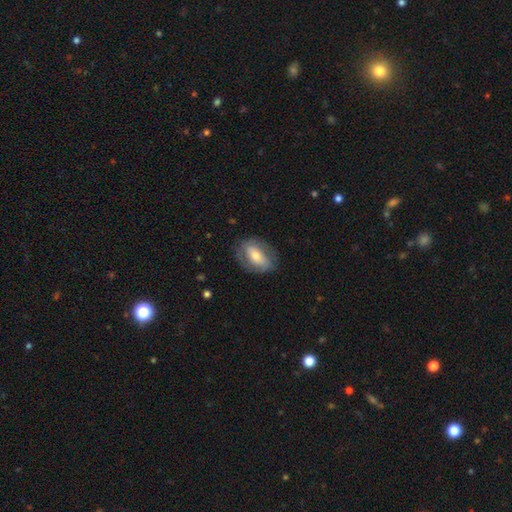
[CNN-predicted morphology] Smooth or featured: featured or disk — 47% (smooth — 46%)
Merging: none — 75% (minor disturbance — 16%)